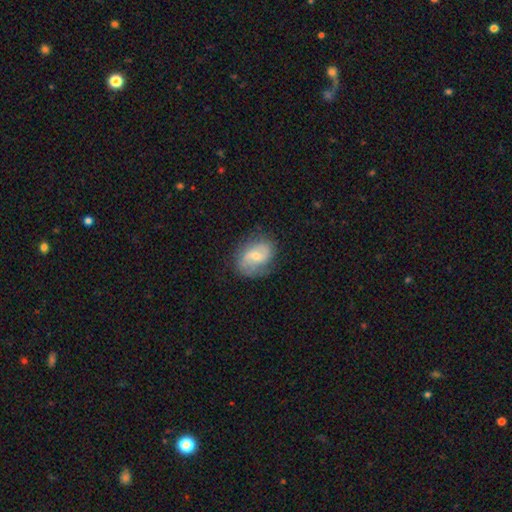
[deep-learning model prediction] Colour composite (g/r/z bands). It shows a featured or disk galaxy (66%) with a weak bar (47%), 2 (83%) medium (42%) spiral arms (88%) and a small central bulge (52%). Merging: none (74%).